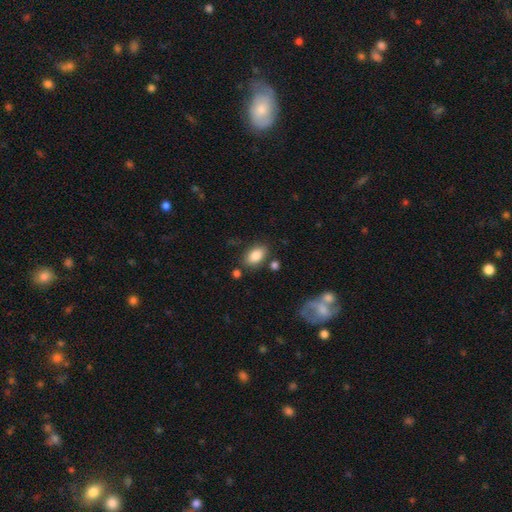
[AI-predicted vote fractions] Smooth or featured? Predicted: smooth (p=0.84). How rounded? Predicted: in between (p=0.89). Merging? Predicted: none (p=0.79).